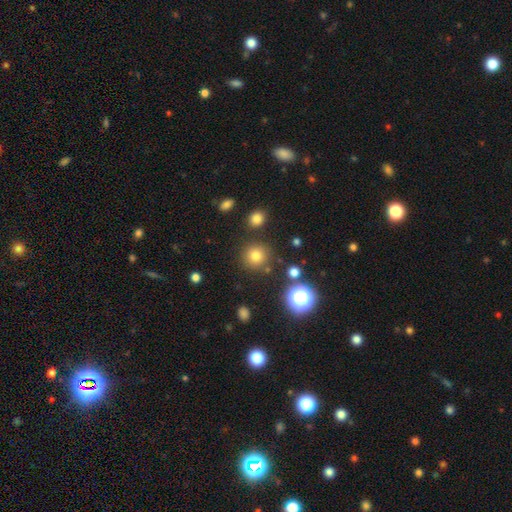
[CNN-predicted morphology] Smooth or featured? Predicted: smooth (p=0.76). How rounded? Predicted: round (p=0.93). Merging? Predicted: none (p=0.85).